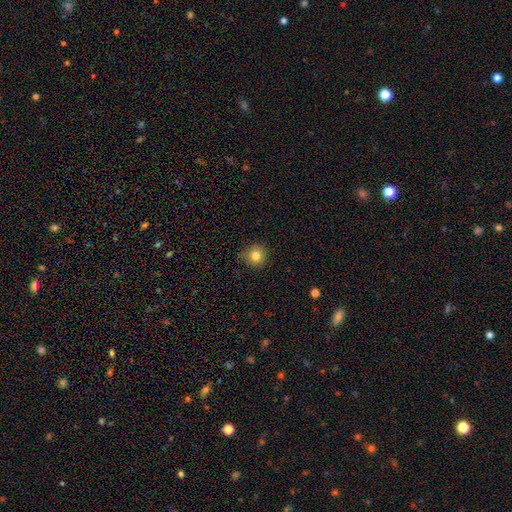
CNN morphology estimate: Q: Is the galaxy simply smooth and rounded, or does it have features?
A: smooth — 81%.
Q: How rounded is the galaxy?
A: round — 92%.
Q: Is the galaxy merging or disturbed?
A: none — 81%.